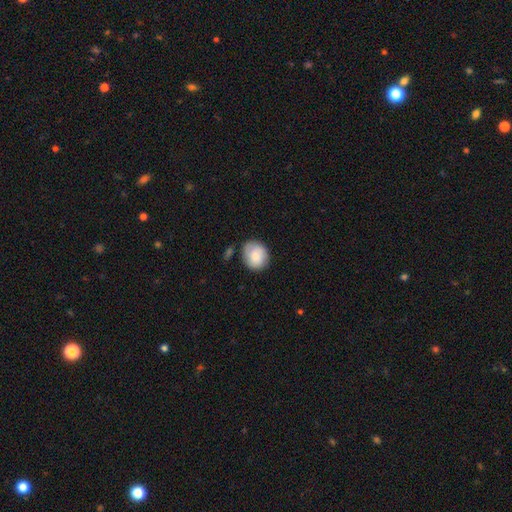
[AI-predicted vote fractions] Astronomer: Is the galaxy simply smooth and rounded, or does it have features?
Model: smooth — 81%.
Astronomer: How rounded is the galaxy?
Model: round — 70%.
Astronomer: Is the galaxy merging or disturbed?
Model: none — 70%.